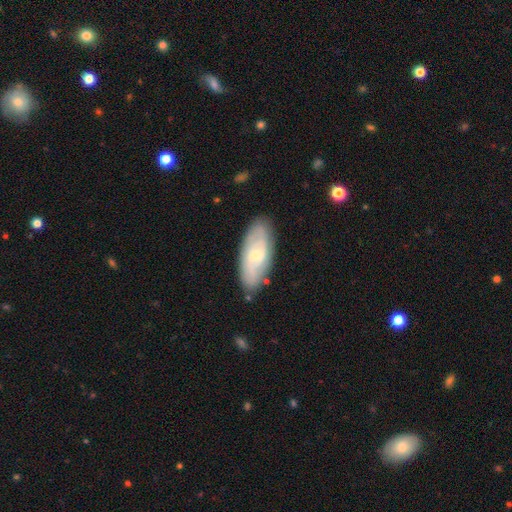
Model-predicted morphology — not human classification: featured or disk 60%, smooth 34%, star or artifact 6%. Down the decision tree: edge-on disk — no (88%); bar — weak (46%); spiral arms — yes (77%); bulge size — small (56%); merging — none (82%).